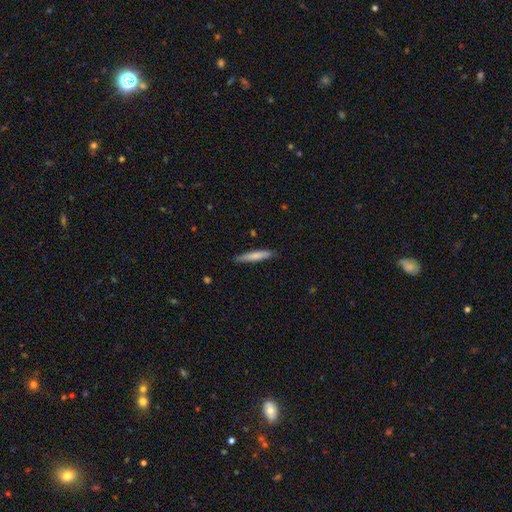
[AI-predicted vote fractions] A smooth galaxy with no disk features (73%) that is cigar-shaped (92%).

Vote fractions:
- Smooth or featured? smooth: 73% / featured or disk: 21% / star or artifact: 6%
- How rounded? cigar-shaped: 92% / in between: 7% / round: 1%
- Merging? none: 86% / minor disturbance: 11% / major disturbance: 2% / merger: 1%